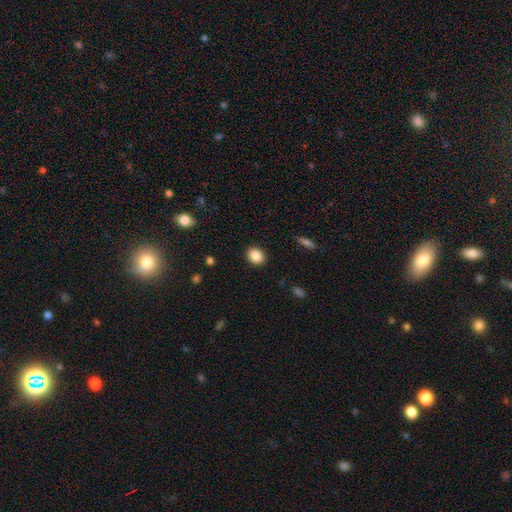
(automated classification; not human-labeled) Q: Smooth or featured?
A: smooth (87%); runner-up: star or artifact (8%)
Q: How rounded?
A: round (50%); runner-up: in between (49%)
Q: Merging?
A: none (90%); runner-up: minor disturbance (7%)